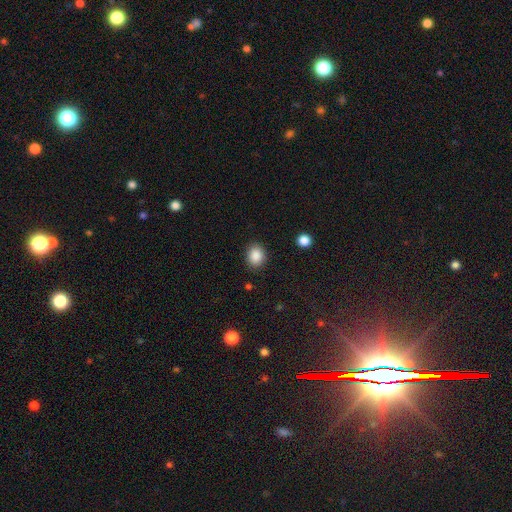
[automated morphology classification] The model was most divided on "how rounded": round: 53%, in between: 46%, cigar-shaped: 1%. More confident: smooth or featured — smooth (88%); merging — none (86%).